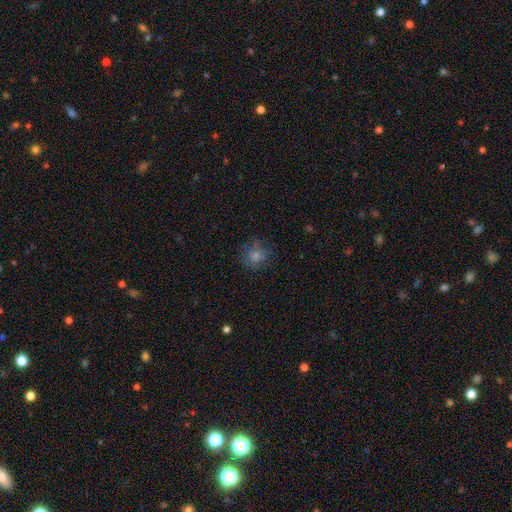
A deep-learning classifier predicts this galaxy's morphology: smooth-or-featured: smooth: 64% | star or artifact: 19% | featured or disk: 17%
  how-rounded: round: 87% | in between: 12% | cigar-shaped: 1%
  merging: none: 77% | minor disturbance: 15% | major disturbance: 7% | merger: 1%